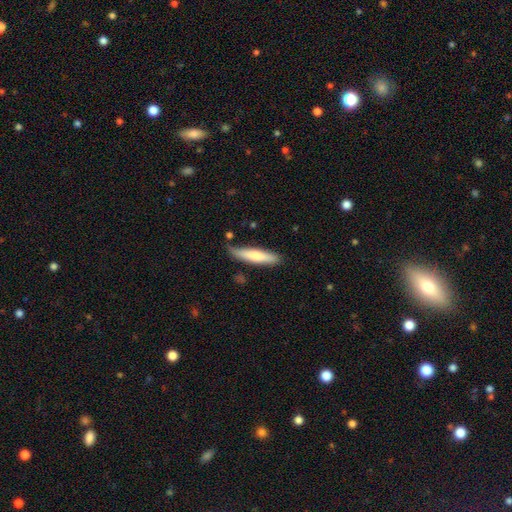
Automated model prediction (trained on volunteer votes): This appears to be a smooth galaxy with no disk features (71%) that is cigar-shaped (82%). Merging: none (76%).